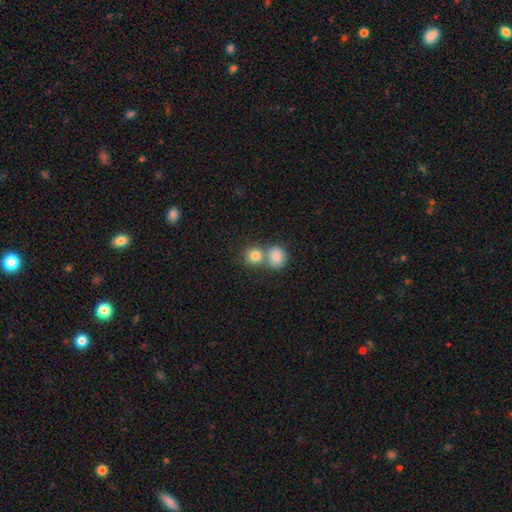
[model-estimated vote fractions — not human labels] Morphology: type=smooth (82%); roundness=round (84%); merging=merger (46%).